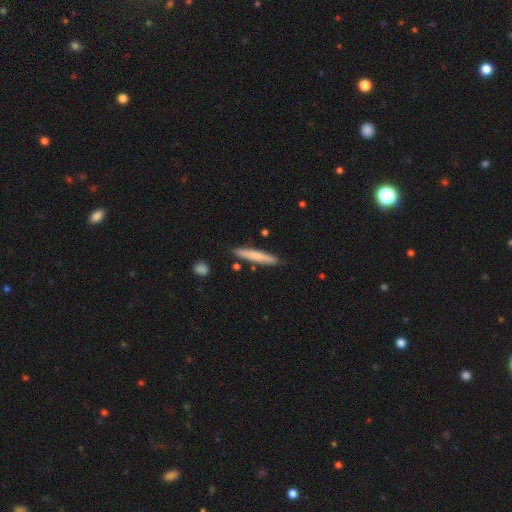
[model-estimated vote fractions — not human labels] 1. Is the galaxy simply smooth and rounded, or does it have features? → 68% smooth, 26% featured or disk, 6% star or artifact.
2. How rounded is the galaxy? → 93% cigar-shaped, 6% in between, 1% round.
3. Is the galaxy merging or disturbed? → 86% none, 9% minor disturbance, 3% merger, 2% major disturbance.